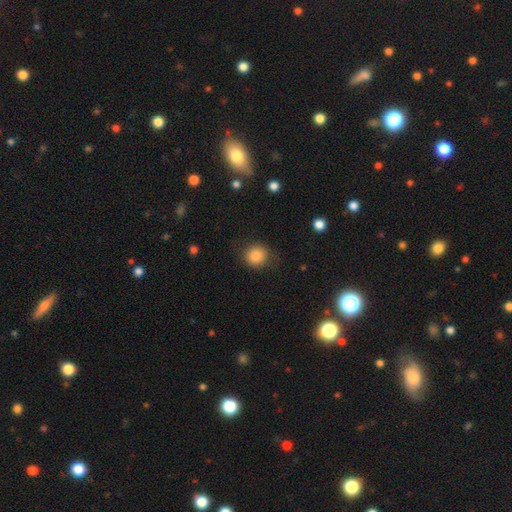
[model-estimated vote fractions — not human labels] A smooth galaxy with no disk features (85%) that is round (86%). Merging: none (82%).